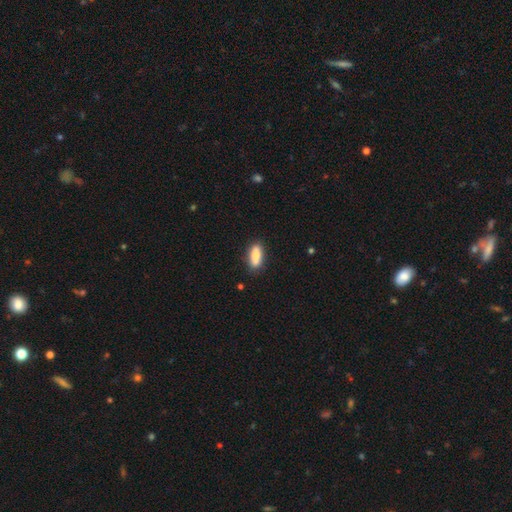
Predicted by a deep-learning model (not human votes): Q: Smooth or featured?
A: smooth (82%); runner-up: featured or disk (11%)
Q: How rounded?
A: in between (71%); runner-up: cigar-shaped (26%)
Q: Merging?
A: none (84%); runner-up: minor disturbance (12%)